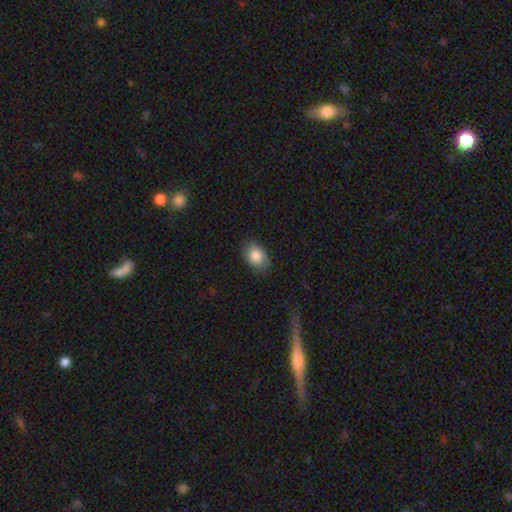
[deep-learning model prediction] Q: Smooth or featured?
A: smooth (85%); runner-up: star or artifact (7%)
Q: How rounded?
A: in between (80%); runner-up: round (19%)
Q: Merging?
A: none (78%); runner-up: minor disturbance (17%)